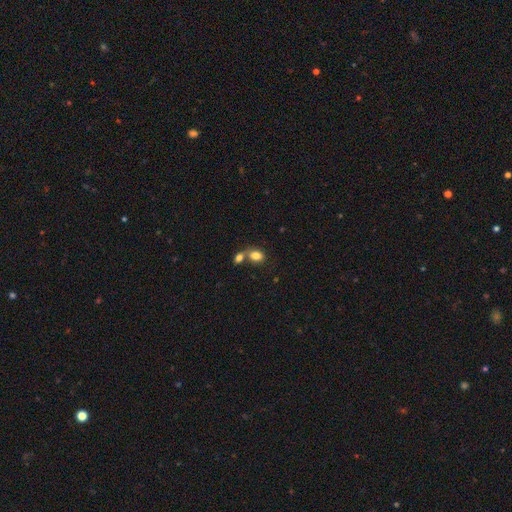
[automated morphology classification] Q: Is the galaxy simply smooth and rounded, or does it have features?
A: smooth — 82%.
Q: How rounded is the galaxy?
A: in between — 70%.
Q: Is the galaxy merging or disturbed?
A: merger — 52%.